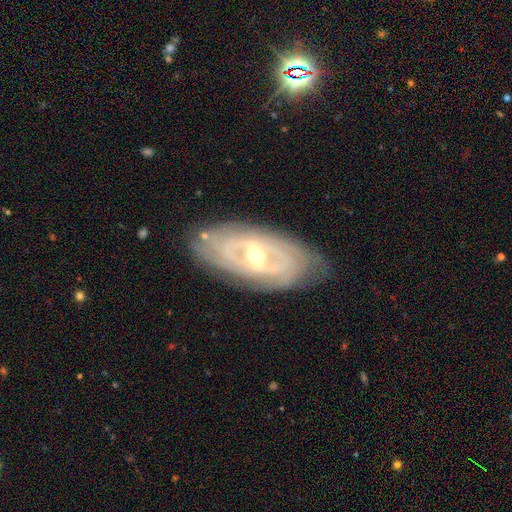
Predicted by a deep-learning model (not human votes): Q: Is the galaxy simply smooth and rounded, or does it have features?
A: featured or disk — 84%.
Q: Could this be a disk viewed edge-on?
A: no — 90%.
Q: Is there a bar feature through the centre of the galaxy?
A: weak — 42%.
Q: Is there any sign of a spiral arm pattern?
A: yes — 83%.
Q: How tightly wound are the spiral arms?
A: tight — 74%.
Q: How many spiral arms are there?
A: can't tell — 47%.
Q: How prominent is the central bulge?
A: moderate — 61%.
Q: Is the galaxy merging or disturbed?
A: none — 81%.